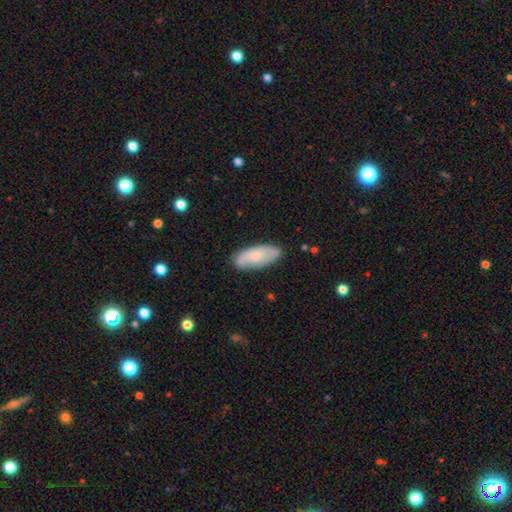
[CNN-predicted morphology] This is likely a smooth galaxy (61%). How rounded: clearly in between (81%). Merging: likely none (79%).